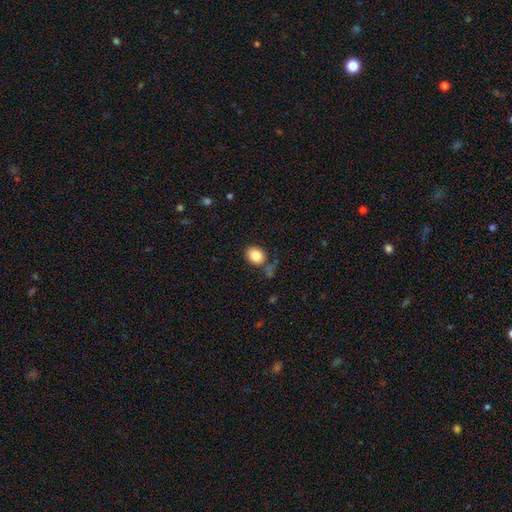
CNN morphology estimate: Smooth or featured: smooth — 84% (star or artifact — 9%)
How rounded: round — 55% (in between — 44%)
Merging: none — 75% (minor disturbance — 14%)